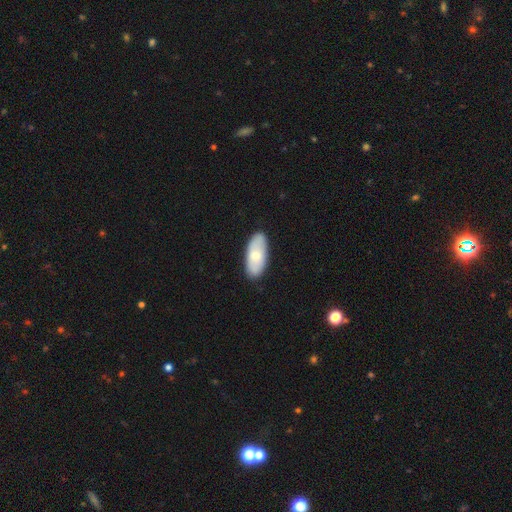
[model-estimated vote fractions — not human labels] Smooth or featured?
  - smooth: 73% *
  - featured or disk: 21%
  - star or artifact: 5%
How rounded?
  - in between: 88% *
  - cigar-shaped: 9%
  - round: 2%
Merging?
  - none: 85% *
  - minor disturbance: 11%
  - major disturbance: 2%
  - merger: 1%